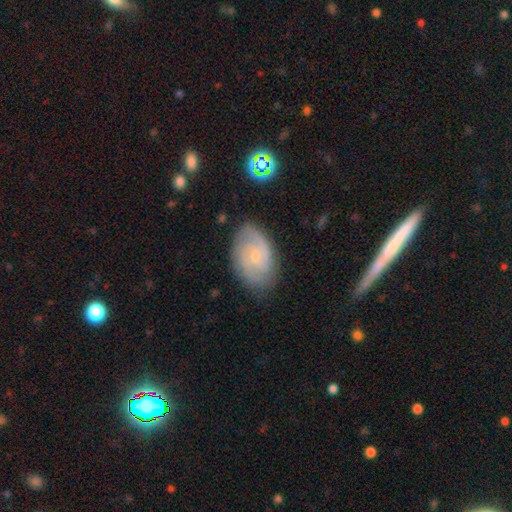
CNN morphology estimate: Smooth or featured?
  - featured or disk: 76% *
  - smooth: 17%
  - star or artifact: 7%
Edge-on disk?
  - no: 97% *
  - yes: 3%
Bar?
  - no: 53% *
  - weak: 42%
  - strong: 5%
Spiral arms?
  - yes: 94% *
  - no: 6%
Spiral winding?
  - tight: 50% *
  - medium: 40%
  - loose: 10%
Spiral arm count?
  - 2: 60% *
  - can't tell: 20%
  - 3: 11%
  - 4: 3%
  - 1: 3%
  - more than 4: 3%
Bulge size?
  - small: 74% *
  - moderate: 19%
  - none: 5%
  - large: 1%
  - dominant: 1%
Merging?
  - none: 79% *
  - minor disturbance: 16%
  - major disturbance: 4%
  - merger: 1%